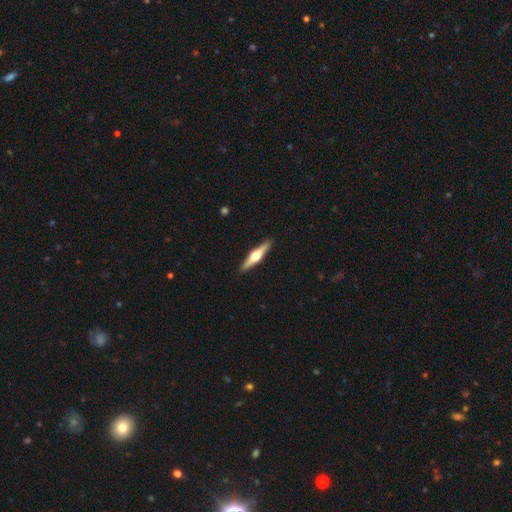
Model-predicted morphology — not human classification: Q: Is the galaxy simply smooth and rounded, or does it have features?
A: featured or disk — 69%.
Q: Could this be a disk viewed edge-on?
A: yes — 98%.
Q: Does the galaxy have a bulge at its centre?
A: rounded — 96%.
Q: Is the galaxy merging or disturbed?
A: none — 92%.